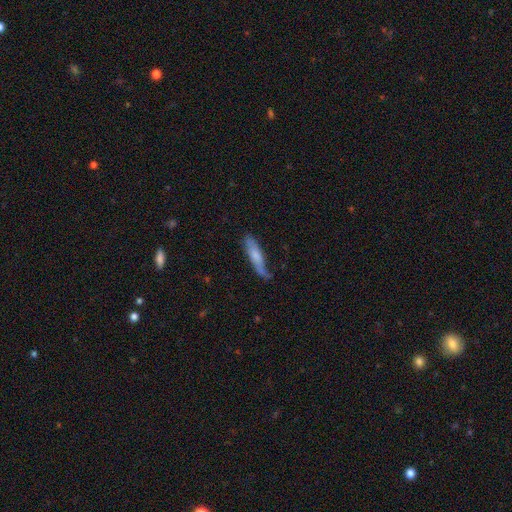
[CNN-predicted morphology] type=smooth (63%); roundness=cigar-shaped (77%); merging=none (57%).